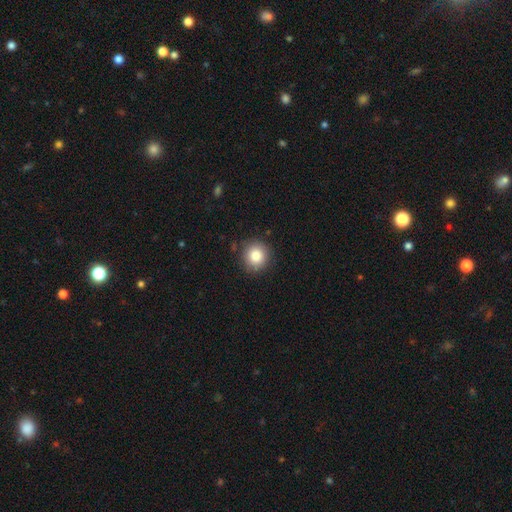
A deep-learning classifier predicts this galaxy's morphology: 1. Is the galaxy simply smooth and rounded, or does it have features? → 85% smooth, 9% star or artifact, 6% featured or disk.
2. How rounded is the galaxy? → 92% round, 7% in between, 1% cigar-shaped.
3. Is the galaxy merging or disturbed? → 88% none, 9% minor disturbance, 2% major disturbance, 1% merger.